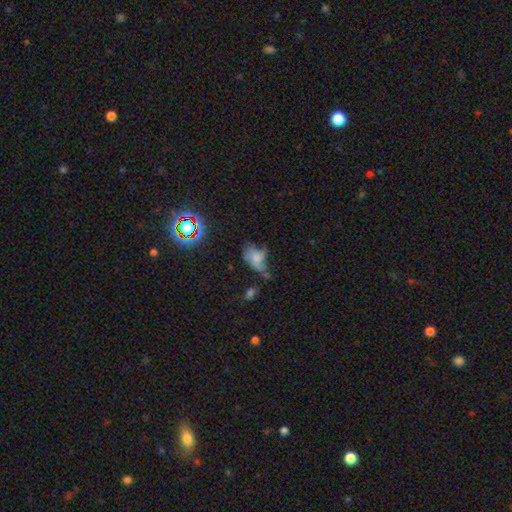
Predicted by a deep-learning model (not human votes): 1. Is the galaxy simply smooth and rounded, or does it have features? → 46% smooth, 27% featured or disk, 27% star or artifact.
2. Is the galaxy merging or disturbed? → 32% none, 31% minor disturbance, 25% major disturbance, 12% merger.